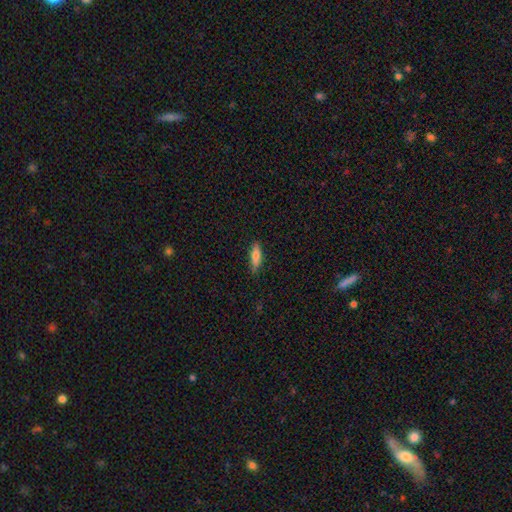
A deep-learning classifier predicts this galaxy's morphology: A smooth galaxy with no disk features (75%) that is cigar-shaped (51%).

Vote fractions:
- Smooth or featured? smooth: 75% / featured or disk: 19% / star or artifact: 6%
- How rounded? cigar-shaped: 51% / in between: 47% / round: 2%
- Merging? none: 85% / minor disturbance: 12% / major disturbance: 2% / merger: 1%